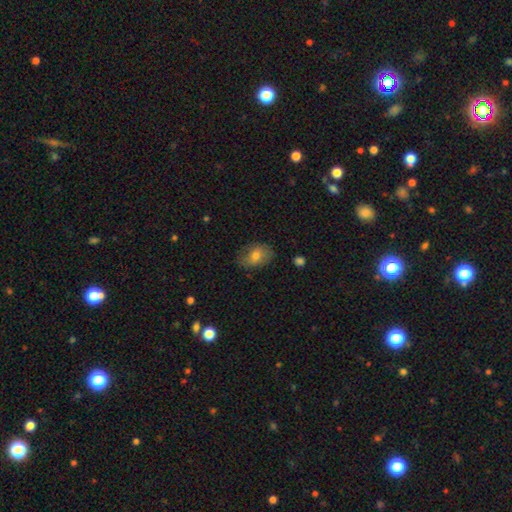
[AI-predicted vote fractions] smooth_or_featured: smooth (p=0.69) [alt: featured or disk p=0.23]
how_rounded: in between (p=0.80) [alt: round p=0.18]
merging: none (p=0.73) [alt: minor disturbance p=0.20]